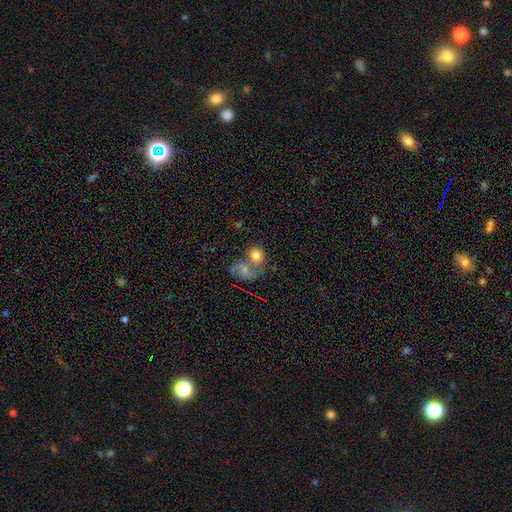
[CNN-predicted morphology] smooth-or-featured: smooth: 73% | featured or disk: 18% | star or artifact: 9%
  how-rounded: round: 69% | in between: 30% | cigar-shaped: 1%
  merging: merger: 57% | none: 29% | minor disturbance: 9% | major disturbance: 6%